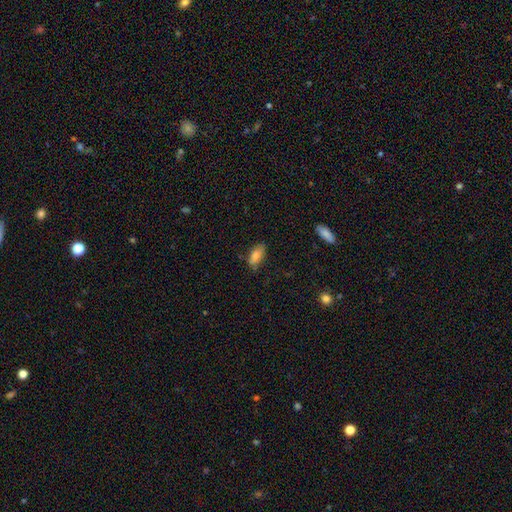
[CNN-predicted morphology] smooth 80%, featured or disk 12%, star or artifact 8%. Down the decision tree: how rounded — in between (84%); merging — none (74%).